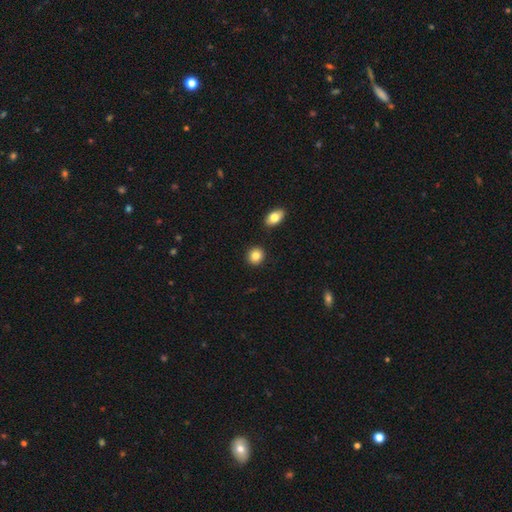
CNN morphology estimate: This appears to be a smooth galaxy with no disk features (85%) that is round (84%). Merging: none (89%).